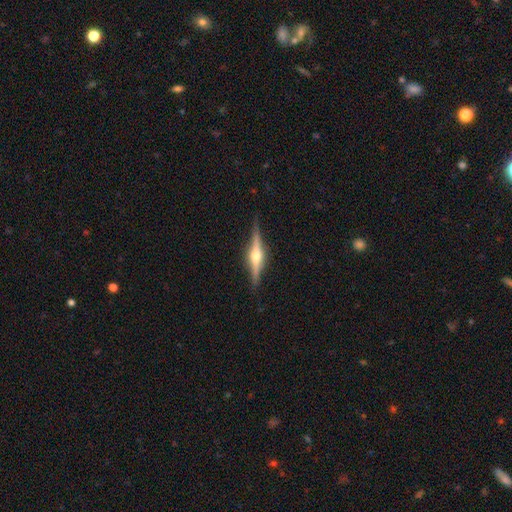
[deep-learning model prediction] featured or disk 80%, smooth 14%, star or artifact 6%. Down the decision tree: edge-on disk — yes (98%); edge-on bulge — rounded (95%); merging — none (88%).